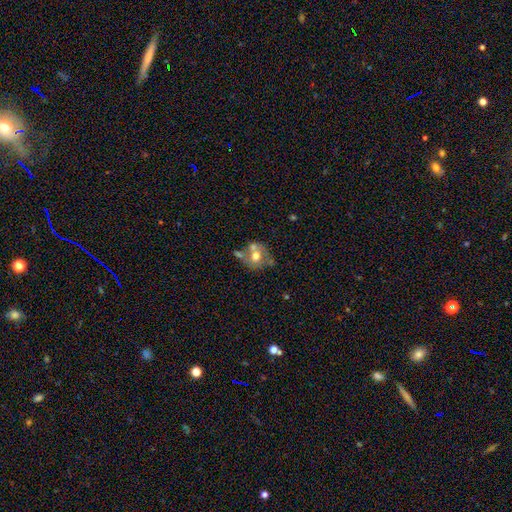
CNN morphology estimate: smooth 49%, featured or disk 42%, star or artifact 9%. Down the decision tree: merging — none (40%).